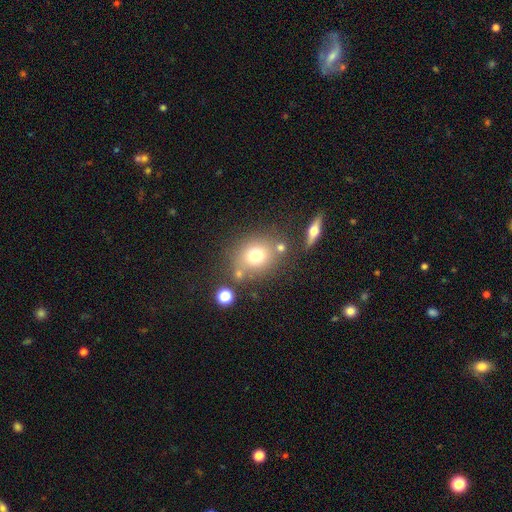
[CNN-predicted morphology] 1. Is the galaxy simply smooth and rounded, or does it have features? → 72% smooth, 15% featured or disk, 13% star or artifact.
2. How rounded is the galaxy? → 69% round, 30% in between, 1% cigar-shaped.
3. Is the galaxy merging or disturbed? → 68% none, 14% merger, 13% minor disturbance, 5% major disturbance.